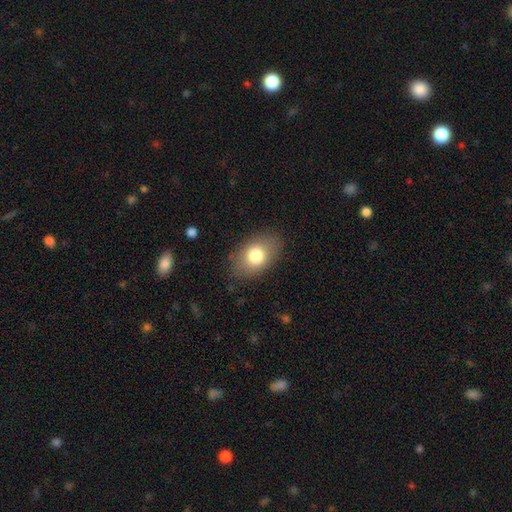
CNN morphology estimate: Smooth or featured?
  - smooth: 78% *
  - featured or disk: 14%
  - star or artifact: 8%
How rounded?
  - in between: 83% *
  - round: 15%
  - cigar-shaped: 1%
Merging?
  - none: 82% *
  - minor disturbance: 12%
  - major disturbance: 4%
  - merger: 1%